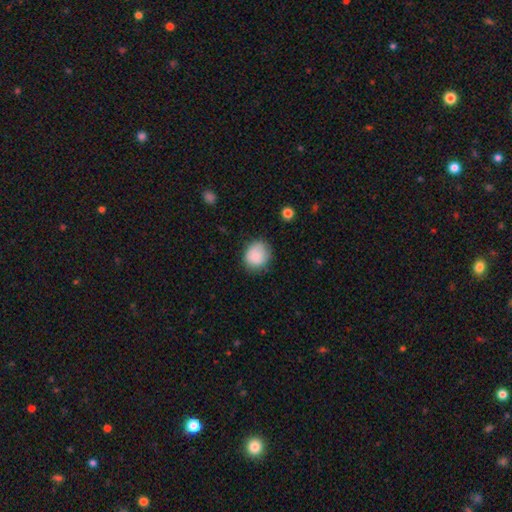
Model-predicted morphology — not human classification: A smooth galaxy with no disk features (85%) that is round (76%). Merging: none (73%).